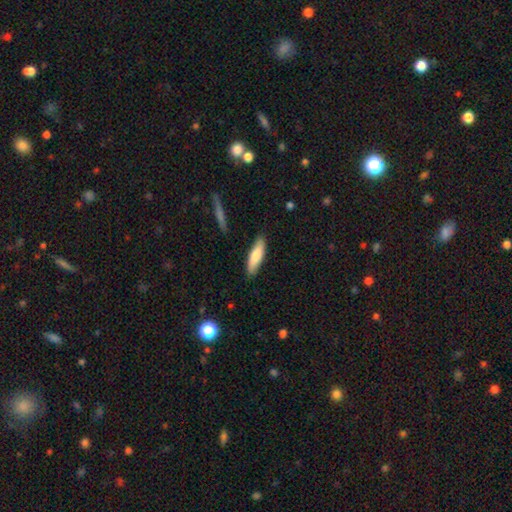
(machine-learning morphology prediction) The model was most divided on "how rounded": cigar-shaped: 57%, in between: 41%, round: 2%. More confident: merging — none (85%); smooth or featured — smooth (78%).